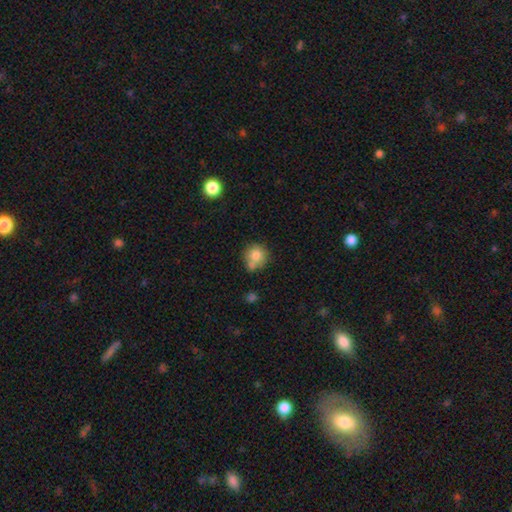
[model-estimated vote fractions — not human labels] Smooth or featured: smooth — 79% (featured or disk — 12%)
How rounded: round — 87% (in between — 12%)
Merging: none — 55% (merger — 25%)